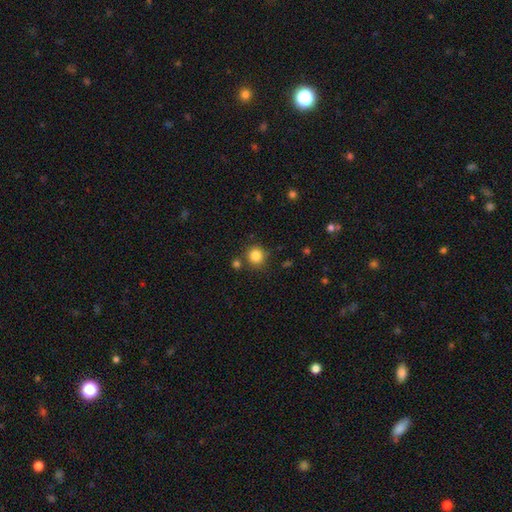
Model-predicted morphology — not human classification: Smooth or featured: smooth — 84% (star or artifact — 11%)
How rounded: round — 92% (in between — 7%)
Merging: none — 81% (minor disturbance — 9%)